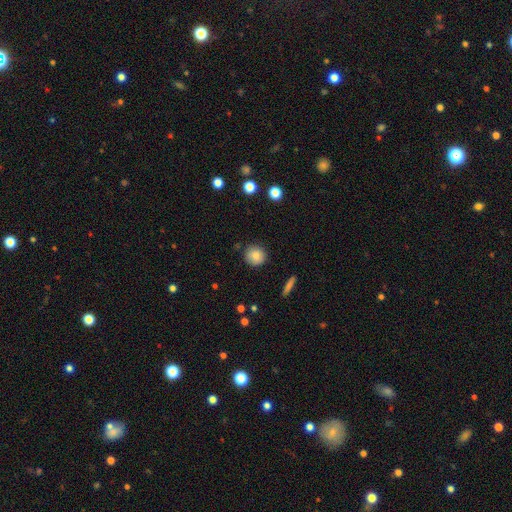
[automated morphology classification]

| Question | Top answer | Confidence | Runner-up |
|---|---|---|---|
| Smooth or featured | smooth | 82% | star or artifact (9%) |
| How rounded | round | 92% | in between (7%) |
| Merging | none | 88% | minor disturbance (8%) |